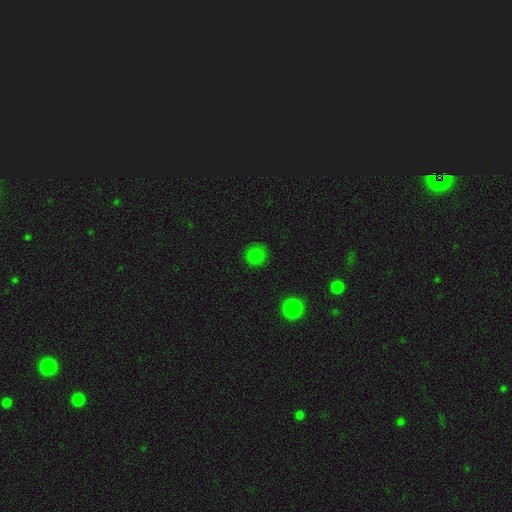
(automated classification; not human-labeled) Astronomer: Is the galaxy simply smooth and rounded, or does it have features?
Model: smooth — 82%.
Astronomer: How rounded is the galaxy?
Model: round — 93%.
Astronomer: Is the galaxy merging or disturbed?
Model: none — 88%.